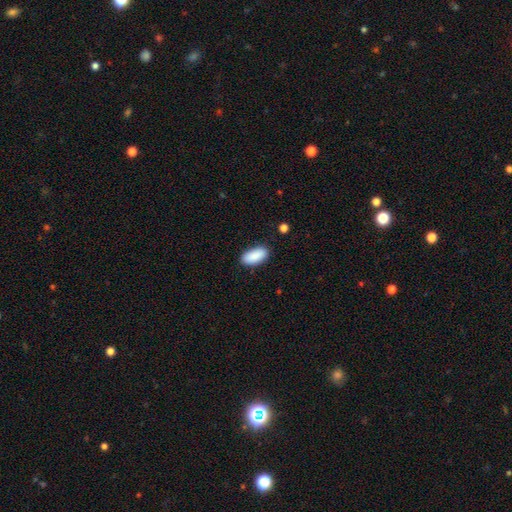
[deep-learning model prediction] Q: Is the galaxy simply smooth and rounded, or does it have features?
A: smooth — 90%.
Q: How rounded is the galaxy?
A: in between — 92%.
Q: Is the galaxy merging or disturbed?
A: none — 87%.